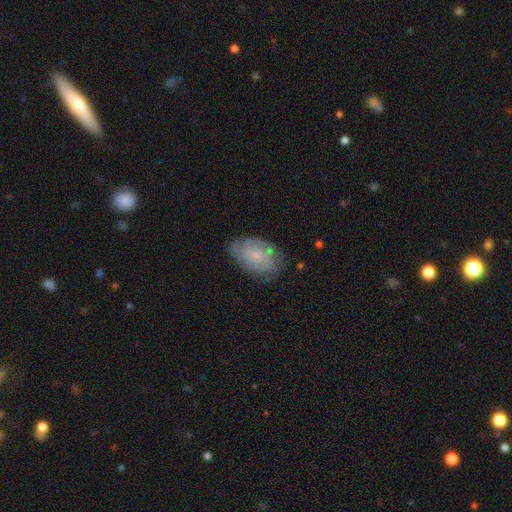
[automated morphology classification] Smooth or featured? featured or disk (48%)
Merging? none (67%)